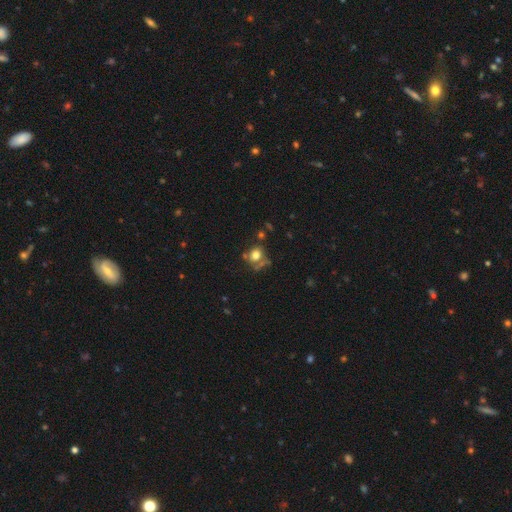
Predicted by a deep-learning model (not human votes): This is likely a smooth galaxy (71%). How rounded: likely round (67%). Merging: possibly none (50%).